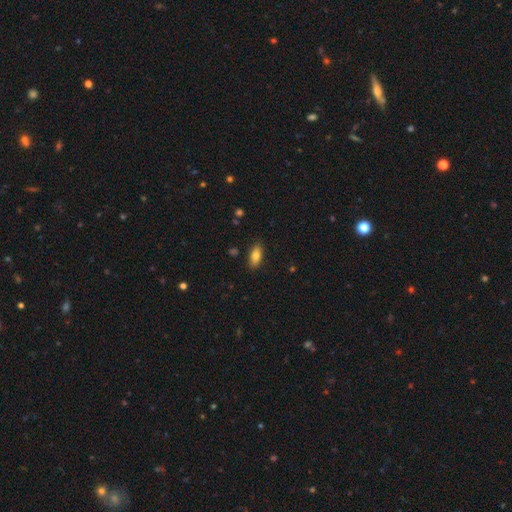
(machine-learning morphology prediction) This is clearly a smooth galaxy (81%). How rounded: clearly in between (86%). Merging: clearly none (87%).